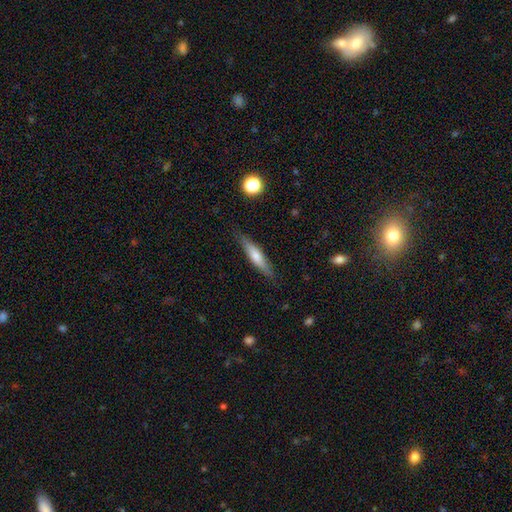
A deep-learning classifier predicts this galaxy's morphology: smooth_or_featured: smooth (p=0.54) [alt: featured or disk p=0.39]
how_rounded: cigar-shaped (p=0.86) [alt: in between p=0.12]
merging: none (p=0.84) [alt: minor disturbance p=0.12]